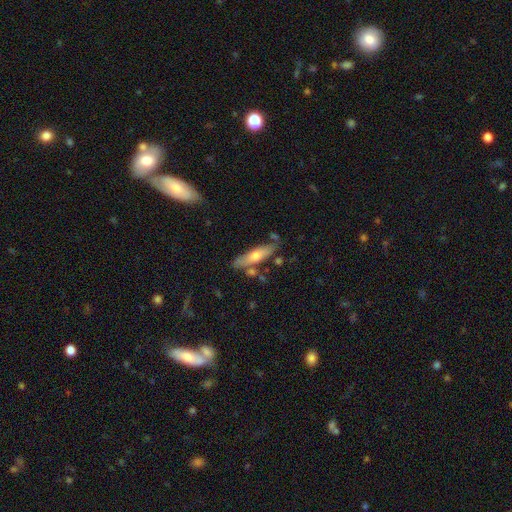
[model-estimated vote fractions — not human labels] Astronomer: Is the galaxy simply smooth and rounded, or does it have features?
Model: smooth — 55% (runner-up: featured or disk, 39%).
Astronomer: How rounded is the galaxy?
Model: cigar-shaped — 68%.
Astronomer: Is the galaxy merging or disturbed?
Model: none — 73%.